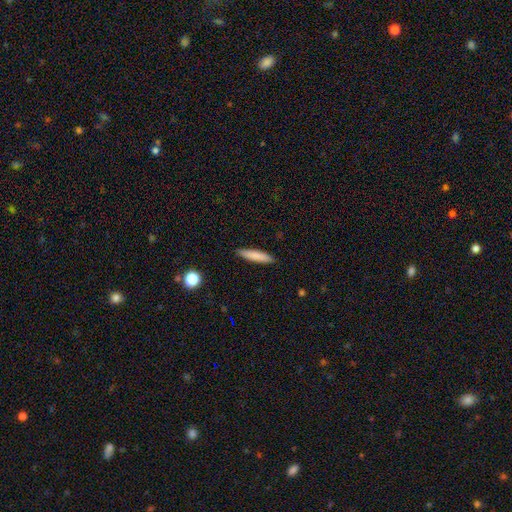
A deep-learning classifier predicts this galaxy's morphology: Smooth or featured?
  - smooth: 81% *
  - featured or disk: 13%
  - star or artifact: 6%
How rounded?
  - cigar-shaped: 88% *
  - in between: 11%
  - round: 1%
Merging?
  - none: 90% *
  - minor disturbance: 7%
  - major disturbance: 2%
  - merger: 1%